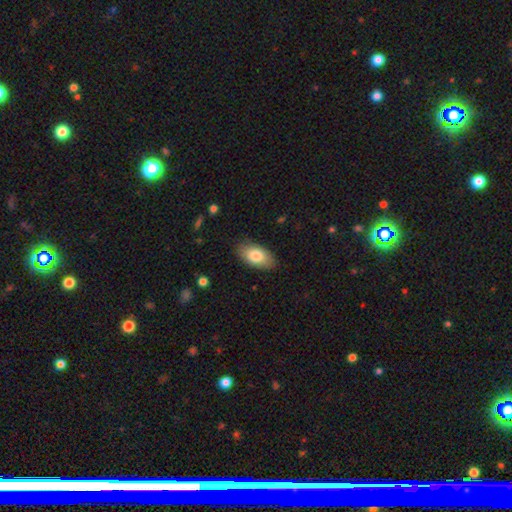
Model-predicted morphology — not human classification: Overall: smooth (80%). How rounded: in between (94%). Merging: none (84%).